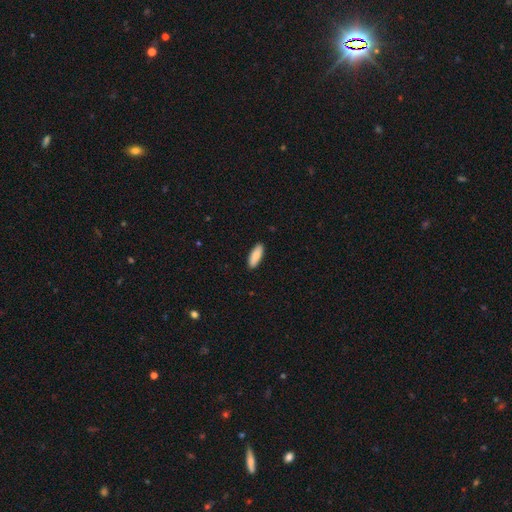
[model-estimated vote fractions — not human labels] A smooth galaxy with no disk features (83%) that is in between round and cigar-shaped (68%).

Vote fractions:
- Smooth or featured? smooth: 83% / featured or disk: 12% / star or artifact: 6%
- How rounded? in between: 68% / cigar-shaped: 30% / round: 2%
- Merging? none: 90% / minor disturbance: 7% / major disturbance: 2% / merger: 1%